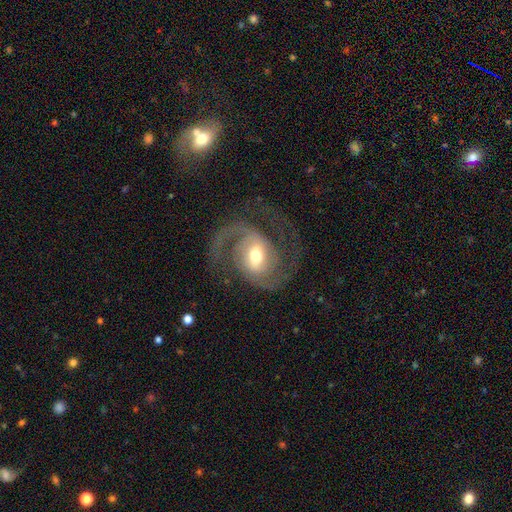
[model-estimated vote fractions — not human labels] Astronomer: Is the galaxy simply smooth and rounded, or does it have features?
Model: featured or disk — 88%.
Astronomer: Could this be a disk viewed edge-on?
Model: no — 97%.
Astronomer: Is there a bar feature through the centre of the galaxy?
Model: weak — 45% (runner-up: strong, 31%).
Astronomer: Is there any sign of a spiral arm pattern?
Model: yes — 96%.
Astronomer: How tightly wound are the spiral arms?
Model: medium — 55%.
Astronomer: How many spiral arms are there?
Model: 2 — 87%.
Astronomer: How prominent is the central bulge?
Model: moderate — 67%.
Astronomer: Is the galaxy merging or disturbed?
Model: none — 69%.